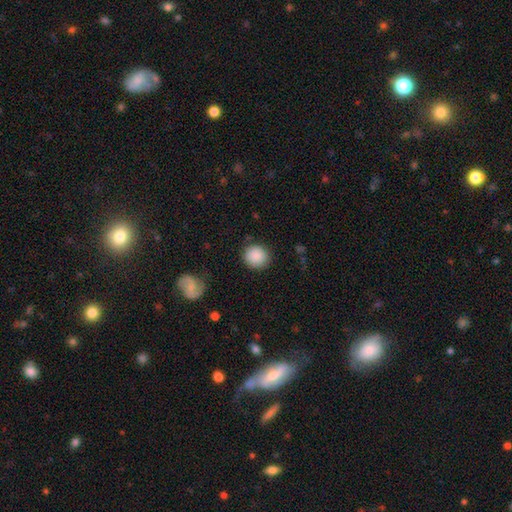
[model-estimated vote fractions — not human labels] This is clearly a smooth galaxy (88%). How rounded: clearly round (89%). Merging: clearly none (87%).